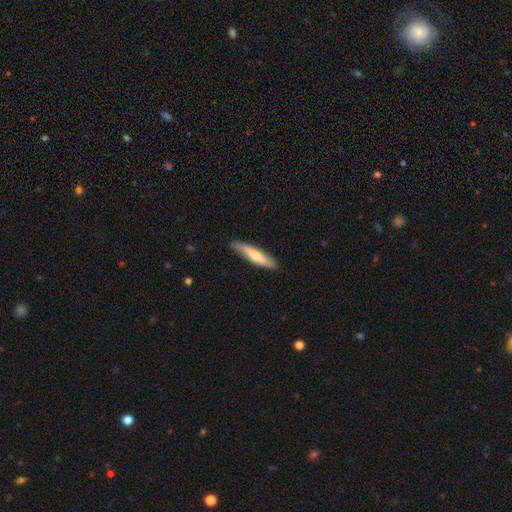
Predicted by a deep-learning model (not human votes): Smooth or featured?
  - smooth: 61% *
  - featured or disk: 34%
  - star or artifact: 5%
How rounded?
  - cigar-shaped: 85% *
  - in between: 13%
  - round: 1%
Merging?
  - none: 77% *
  - minor disturbance: 19%
  - major disturbance: 3%
  - merger: 1%